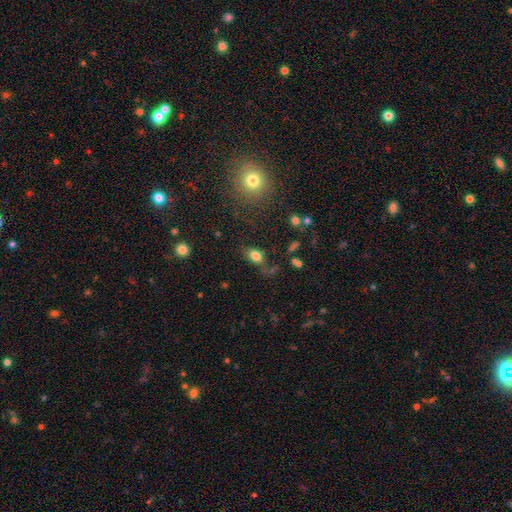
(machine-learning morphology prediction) Q: Smooth or featured?
A: smooth (79%); runner-up: star or artifact (11%)
Q: How rounded?
A: in between (81%); runner-up: round (16%)
Q: Merging?
A: none (60%); runner-up: minor disturbance (21%)